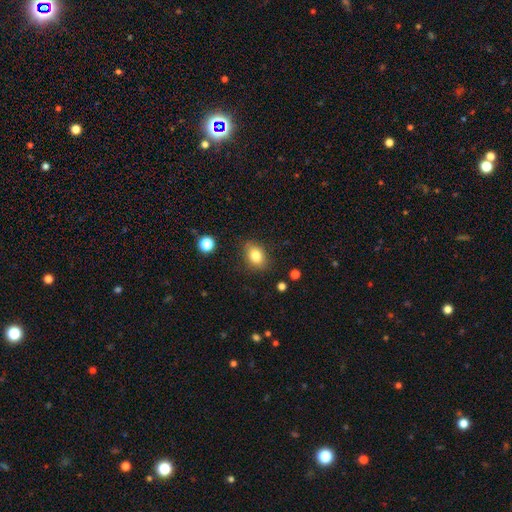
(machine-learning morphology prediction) smooth 82%, star or artifact 10%, featured or disk 9%. Down the decision tree: how rounded — in between (72%); merging — none (82%).